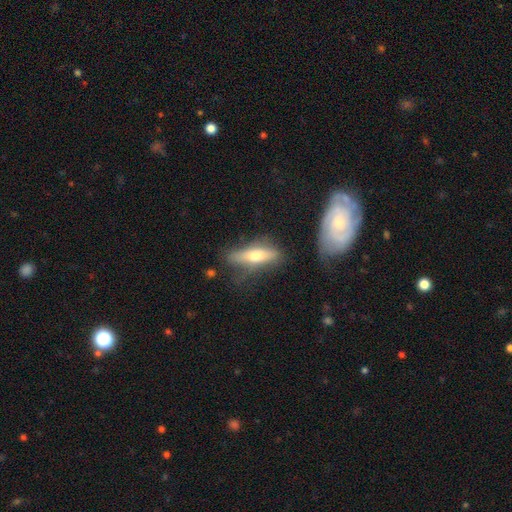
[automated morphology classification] featured or disk 51%, smooth 42%, star or artifact 7%. Down the decision tree: edge-on disk — yes (71%); merging — none (62%).